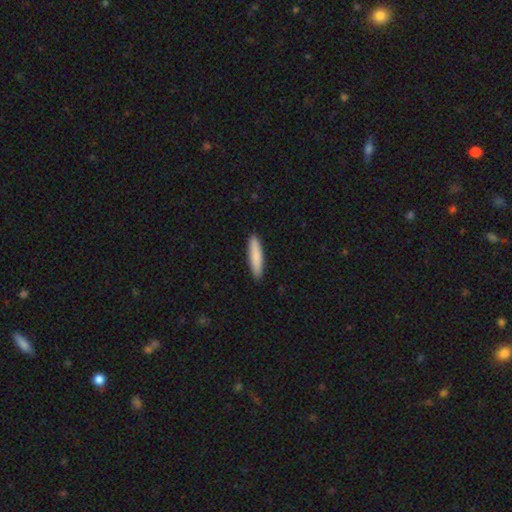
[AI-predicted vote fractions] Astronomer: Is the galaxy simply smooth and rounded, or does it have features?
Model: smooth — 85%.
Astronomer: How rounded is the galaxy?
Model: cigar-shaped — 85%.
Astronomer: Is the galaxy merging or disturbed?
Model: none — 91%.